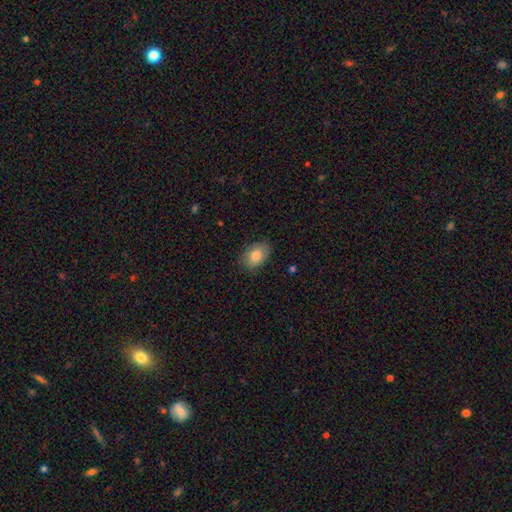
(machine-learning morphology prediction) This appears to be a smooth galaxy with no disk features (83%) that is in between round and cigar-shaped (83%). Merging: none (80%).